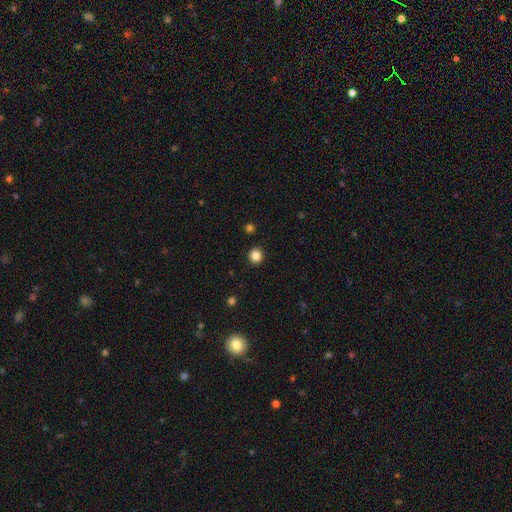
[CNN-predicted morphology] smooth 84%, star or artifact 12%, featured or disk 4%. Down the decision tree: how rounded — round (92%); merging — none (93%).